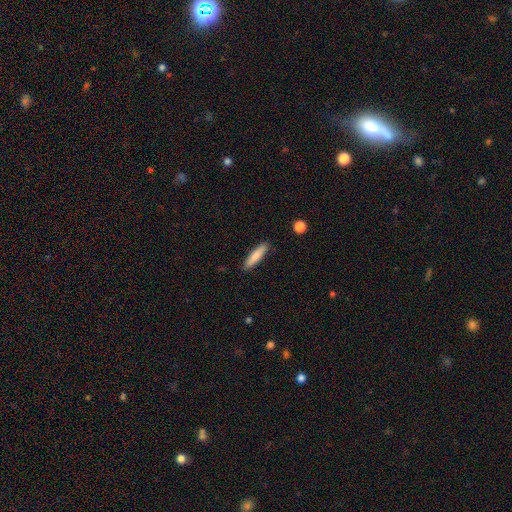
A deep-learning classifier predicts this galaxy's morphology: Smooth or featured: smooth — 80% (featured or disk — 14%)
How rounded: cigar-shaped — 81% (in between — 18%)
Merging: none — 89% (minor disturbance — 8%)